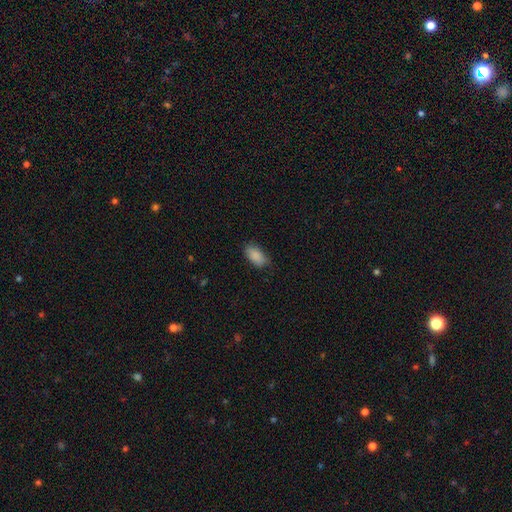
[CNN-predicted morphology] smooth-or-featured: smooth: 89% | star or artifact: 7% | featured or disk: 4%
  how-rounded: in between: 92% | cigar-shaped: 4% | round: 3%
  merging: none: 80% | minor disturbance: 16% | major disturbance: 3% | merger: 1%